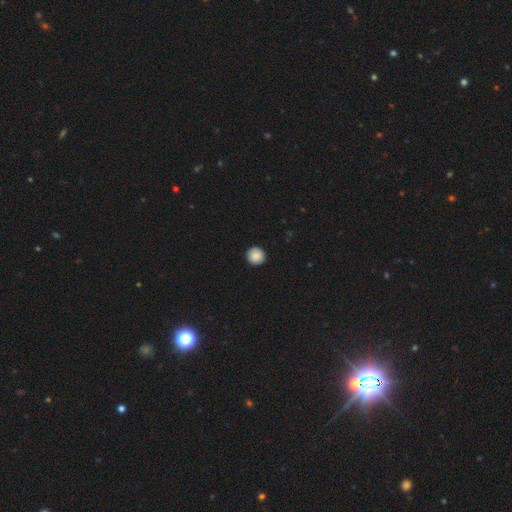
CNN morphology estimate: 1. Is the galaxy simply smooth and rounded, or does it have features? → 88% smooth, 8% star or artifact, 4% featured or disk.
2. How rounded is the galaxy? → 96% round, 3% in between, 1% cigar-shaped.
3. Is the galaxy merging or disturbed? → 92% none, 5% minor disturbance, 1% major disturbance, 1% merger.